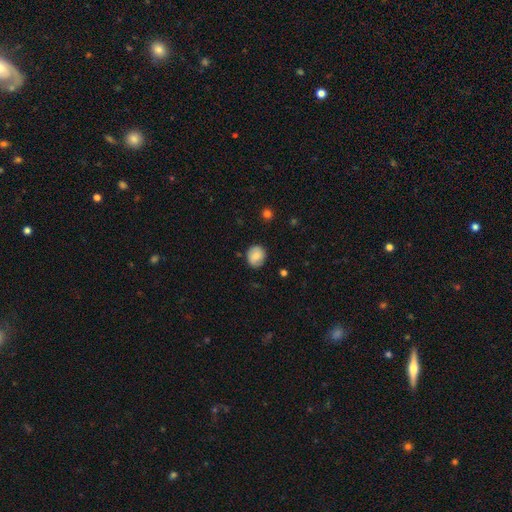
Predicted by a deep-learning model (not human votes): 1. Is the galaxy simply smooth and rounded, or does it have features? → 74% smooth, 18% featured or disk, 8% star or artifact.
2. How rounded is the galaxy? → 73% round, 26% in between, 1% cigar-shaped.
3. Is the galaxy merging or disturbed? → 83% none, 13% minor disturbance, 3% major disturbance, 1% merger.